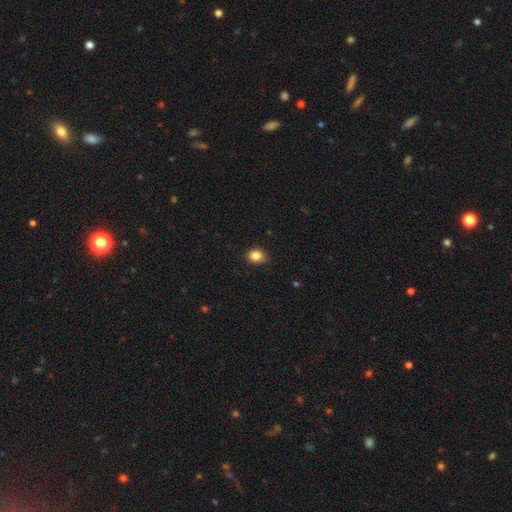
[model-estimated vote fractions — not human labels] This is clearly a smooth galaxy (85%). How rounded: possibly in between (51%). Merging: likely none (76%).